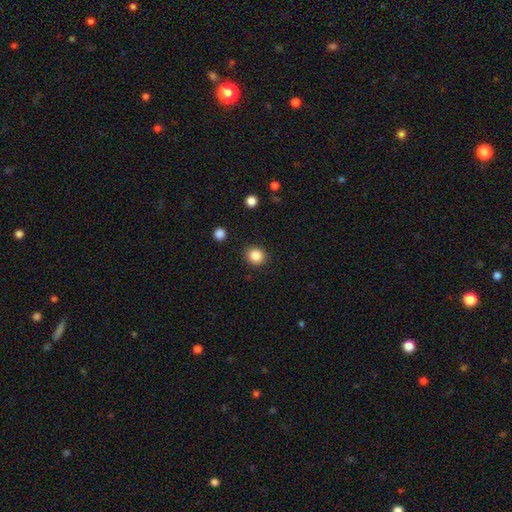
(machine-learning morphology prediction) Q: Smooth or featured?
A: smooth (86%); runner-up: star or artifact (10%)
Q: How rounded?
A: round (81%); runner-up: in between (18%)
Q: Merging?
A: none (90%); runner-up: minor disturbance (7%)